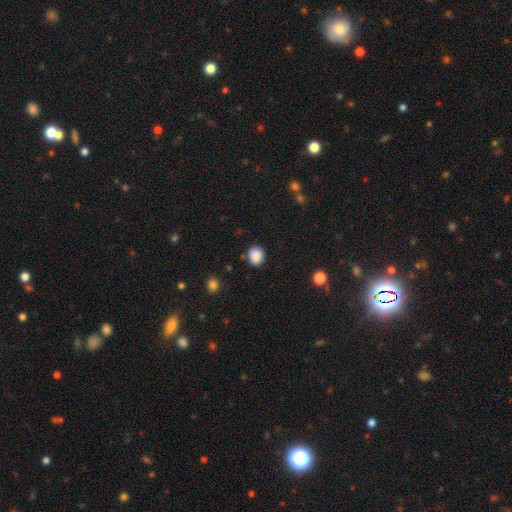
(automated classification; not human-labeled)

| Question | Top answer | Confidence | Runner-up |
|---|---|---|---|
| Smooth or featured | smooth | 88% | star or artifact (9%) |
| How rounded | round | 59% | in between (40%) |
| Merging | none | 83% | minor disturbance (12%) |